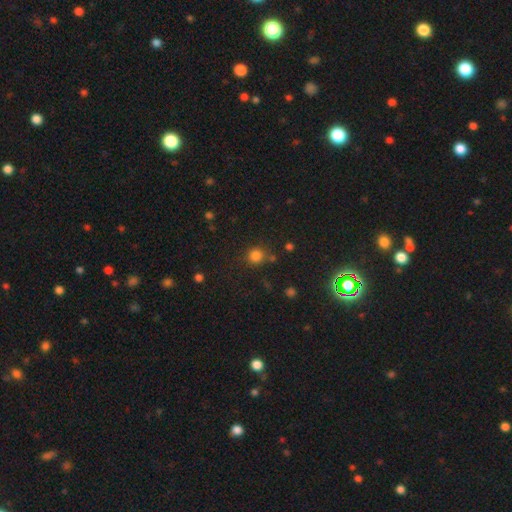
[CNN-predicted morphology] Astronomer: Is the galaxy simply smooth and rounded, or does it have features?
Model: smooth — 80%.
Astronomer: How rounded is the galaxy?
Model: round — 90%.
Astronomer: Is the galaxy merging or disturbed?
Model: none — 77%.